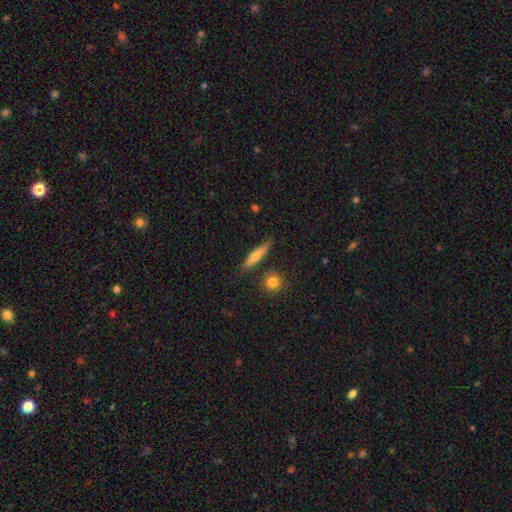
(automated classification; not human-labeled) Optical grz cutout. It shows a smooth galaxy with no disk features (62%) that is cigar-shaped (79%). Merging: none (80%).